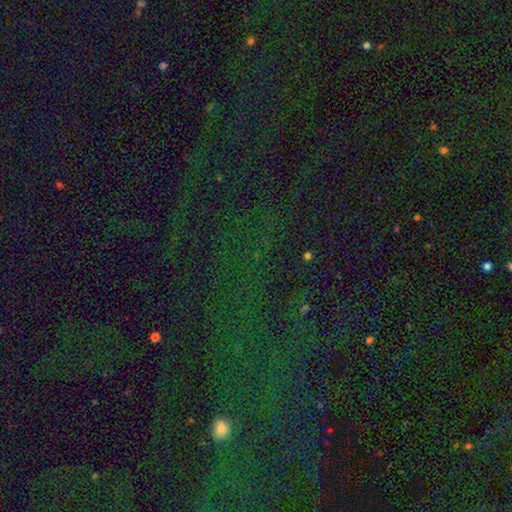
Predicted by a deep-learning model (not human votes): Smooth or featured? Predicted: star or artifact (p=0.80).